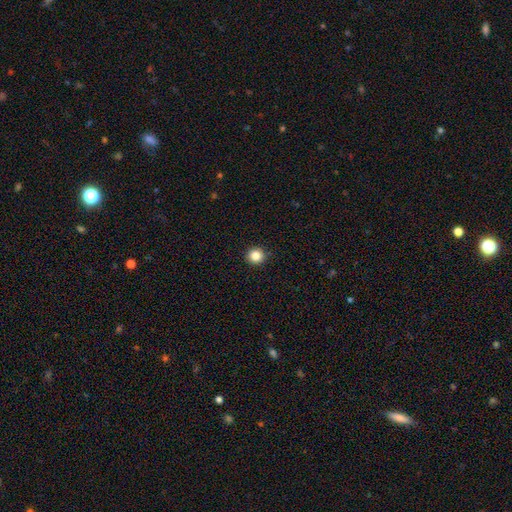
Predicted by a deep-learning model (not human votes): Smooth or featured?
  - smooth: 84% *
  - star or artifact: 11%
  - featured or disk: 5%
How rounded?
  - round: 94% *
  - in between: 5%
  - cigar-shaped: 1%
Merging?
  - none: 93% *
  - minor disturbance: 5%
  - major disturbance: 1%
  - merger: 1%